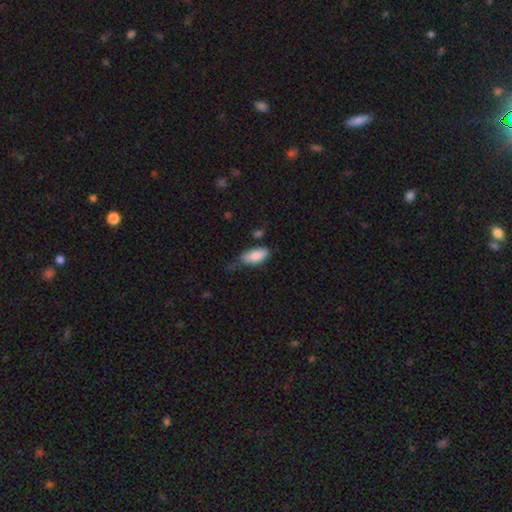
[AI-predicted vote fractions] Smooth or featured? Predicted: smooth (p=0.85). How rounded? Predicted: in between (p=0.90). Merging? Predicted: none (p=0.53).